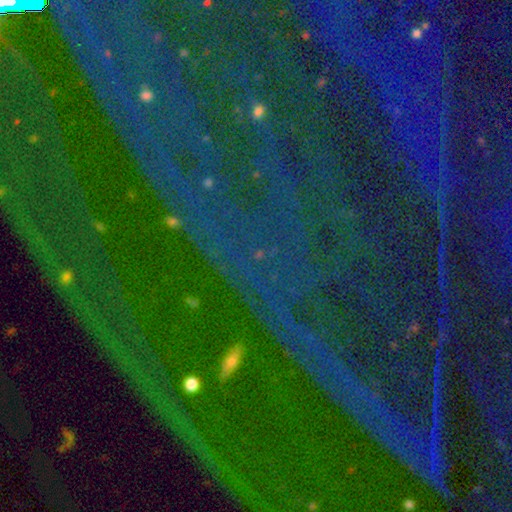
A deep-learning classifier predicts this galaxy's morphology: smooth_or_featured: star or artifact (p=0.85) [alt: featured or disk p=0.08]